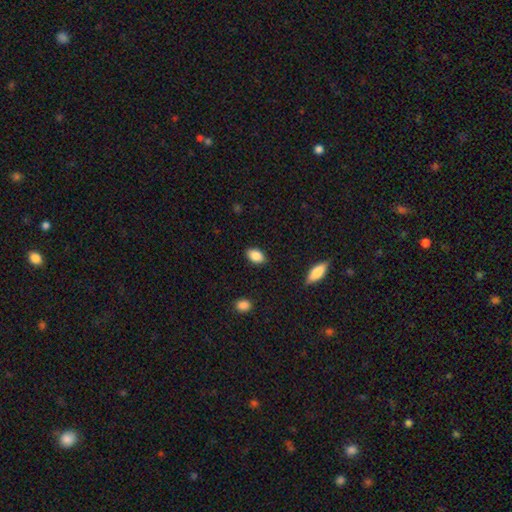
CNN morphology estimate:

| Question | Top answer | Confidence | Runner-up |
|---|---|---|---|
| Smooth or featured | smooth | 87% | star or artifact (8%) |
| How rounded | in between | 89% | round (9%) |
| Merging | none | 87% | minor disturbance (9%) |